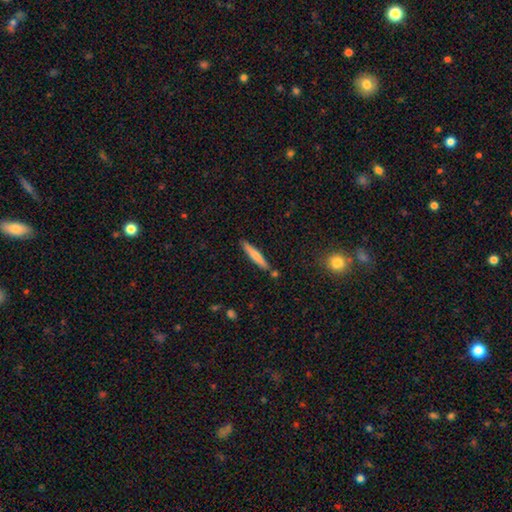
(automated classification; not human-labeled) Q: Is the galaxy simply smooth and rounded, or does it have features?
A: smooth — 67%.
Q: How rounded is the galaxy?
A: cigar-shaped — 94%.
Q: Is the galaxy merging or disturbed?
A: none — 84%.